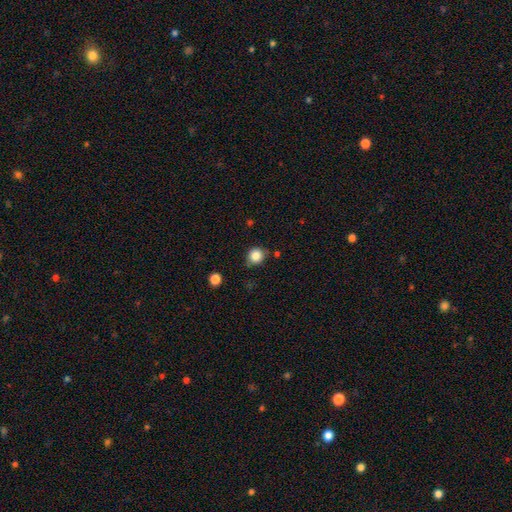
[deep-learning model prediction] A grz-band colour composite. It shows a smooth galaxy with no disk features (84%) that is round (87%). Merging: none (80%).